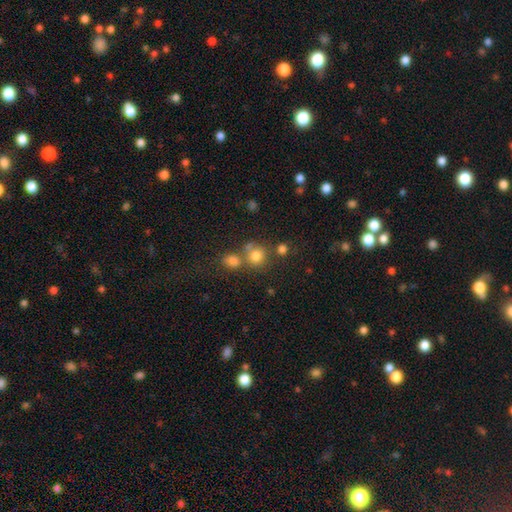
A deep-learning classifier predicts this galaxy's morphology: A smooth galaxy with no disk features (76%) that is round (85%).

Vote fractions:
- Smooth or featured? smooth: 76% / star or artifact: 15% / featured or disk: 9%
- How rounded? round: 85% / in between: 14% / cigar-shaped: 1%
- Merging? none: 59% / merger: 27% / minor disturbance: 10% / major disturbance: 5%